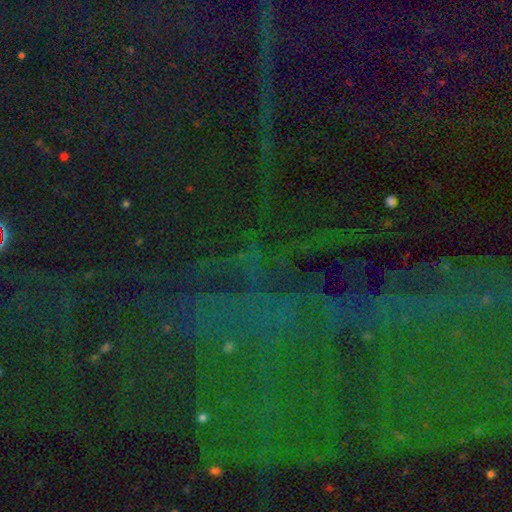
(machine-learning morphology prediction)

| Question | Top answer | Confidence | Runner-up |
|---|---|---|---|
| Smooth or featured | star or artifact | 83% | smooth (9%) |